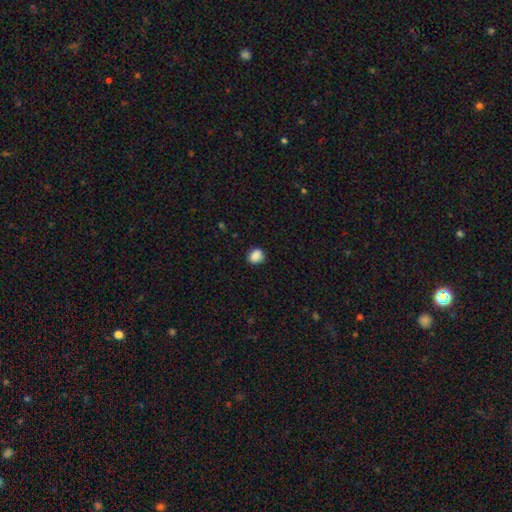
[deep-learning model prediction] smooth 86%, star or artifact 9%, featured or disk 5%. Down the decision tree: how rounded — round (62%); merging — none (82%).